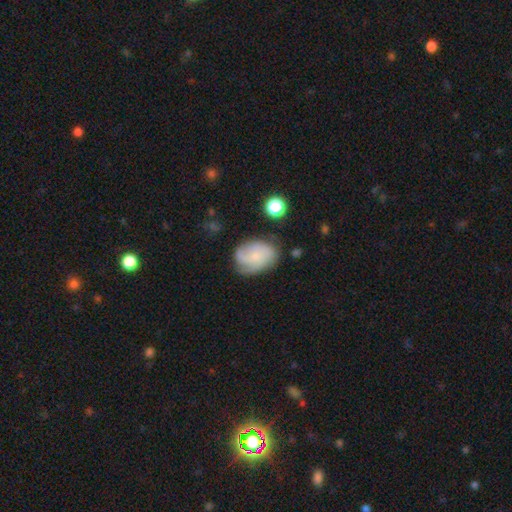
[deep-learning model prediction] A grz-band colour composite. It shows a featured or disk galaxy (60%) with no bar (67%), 2 (29%) tight (42%) spiral arms (90%) and a small central bulge (61%). Merging: none (66%).